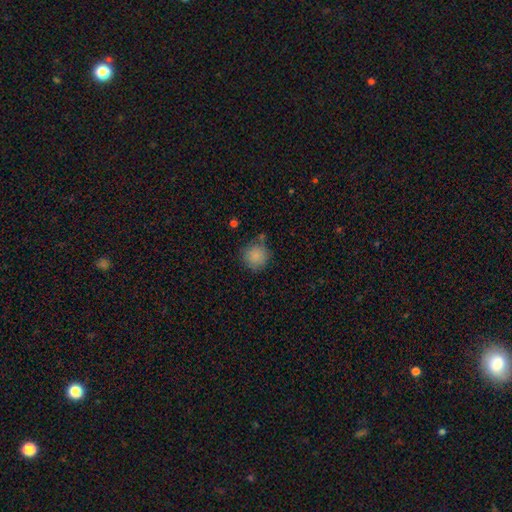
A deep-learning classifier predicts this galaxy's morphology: A smooth galaxy with no disk features (86%) that is round (92%).

Vote fractions:
- Smooth or featured? smooth: 86% / star or artifact: 9% / featured or disk: 4%
- How rounded? round: 92% / in between: 7% / cigar-shaped: 1%
- Merging? none: 75% / minor disturbance: 15% / merger: 6% / major disturbance: 4%